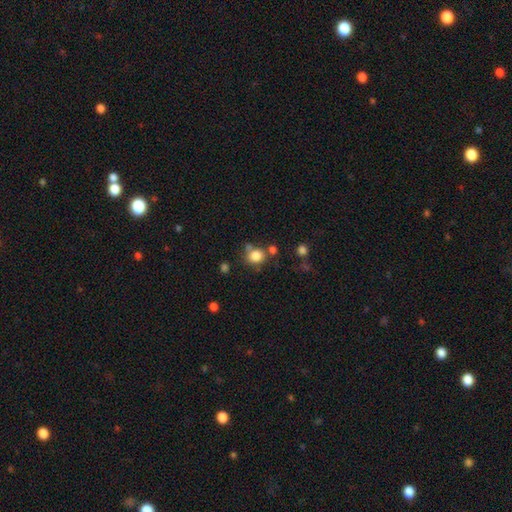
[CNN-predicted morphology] smooth 82%, star or artifact 12%, featured or disk 7%. Down the decision tree: how rounded — round (76%); merging — none (63%).